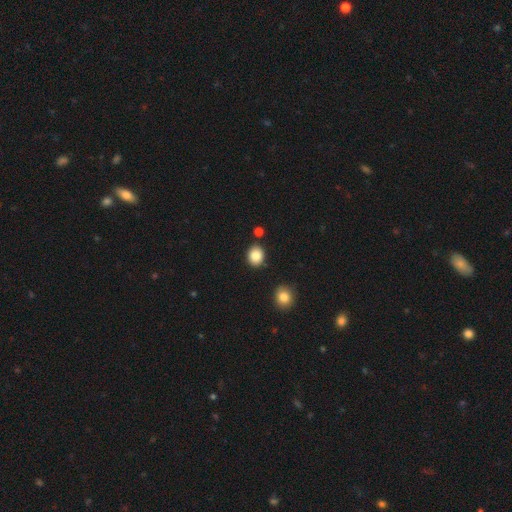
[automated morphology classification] Smooth or featured? smooth (86%)
How rounded? round (64%)
Merging? none (84%)